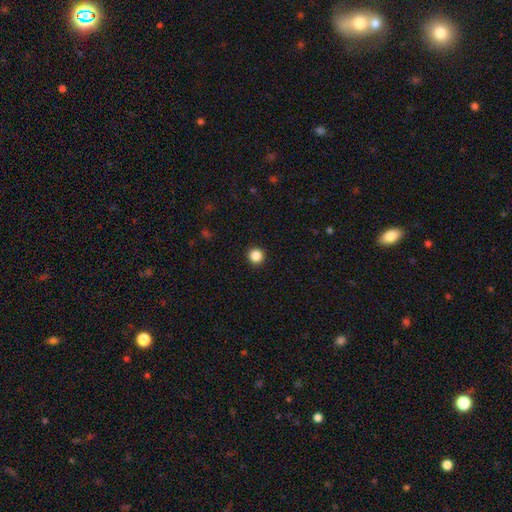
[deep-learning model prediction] The model was most divided on "smooth or featured": smooth: 86%, star or artifact: 11%, featured or disk: 3%. More confident: how rounded — round (96%); merging — none (93%).